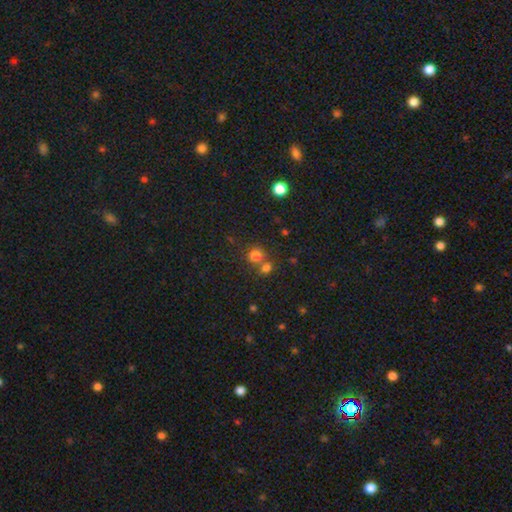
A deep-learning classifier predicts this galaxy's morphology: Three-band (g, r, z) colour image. It shows a smooth galaxy with no disk features (76%) that is round (82%). Merging: none (53%).